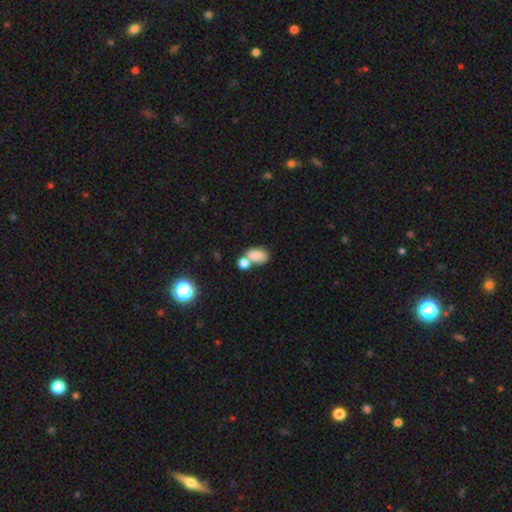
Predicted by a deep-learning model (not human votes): smooth 78%, featured or disk 11%, star or artifact 11%. Down the decision tree: how rounded — in between (85%); merging — merger (49%).